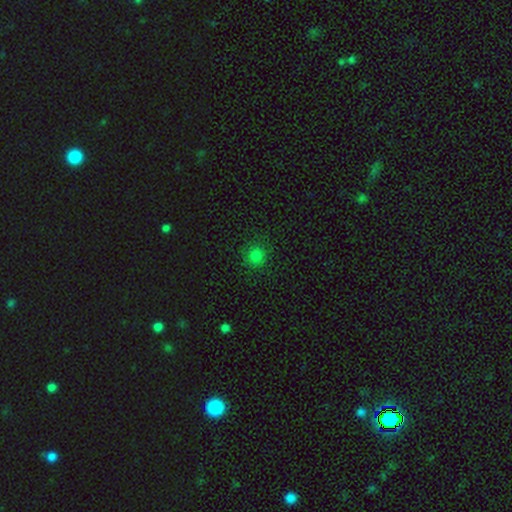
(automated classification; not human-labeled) smooth_or_featured: smooth (p=0.81) [alt: star or artifact p=0.15]
how_rounded: round (p=0.92) [alt: in between p=0.07]
merging: none (p=0.88) [alt: minor disturbance p=0.08]